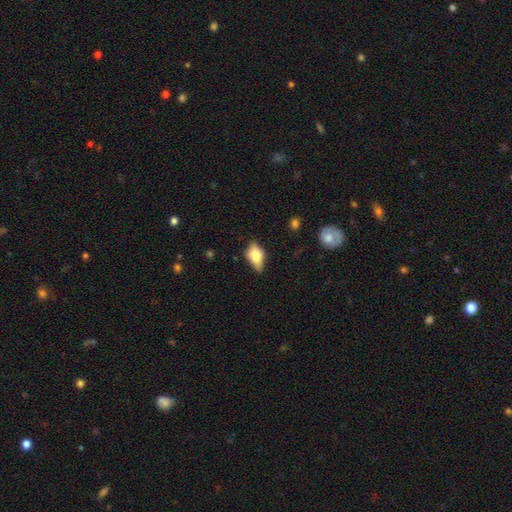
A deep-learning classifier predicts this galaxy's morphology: Smooth or featured?
  - smooth: 64% *
  - featured or disk: 28%
  - star or artifact: 8%
How rounded?
  - in between: 87% *
  - round: 7%
  - cigar-shaped: 6%
Merging?
  - none: 66% *
  - minor disturbance: 26%
  - major disturbance: 6%
  - merger: 2%